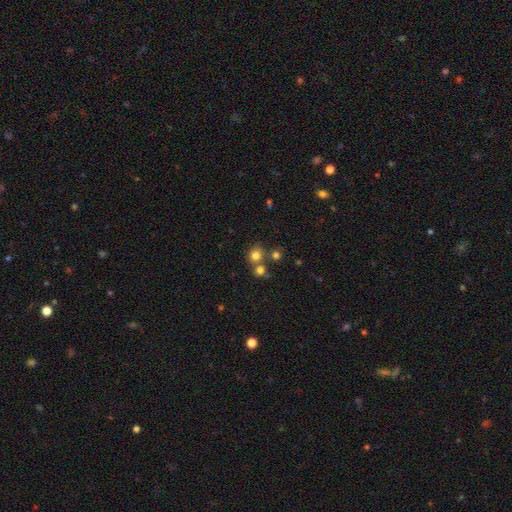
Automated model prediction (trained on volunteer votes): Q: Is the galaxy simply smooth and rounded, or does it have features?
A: smooth — 76%.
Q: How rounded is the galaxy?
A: round — 80%.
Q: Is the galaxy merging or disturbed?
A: none — 59%.